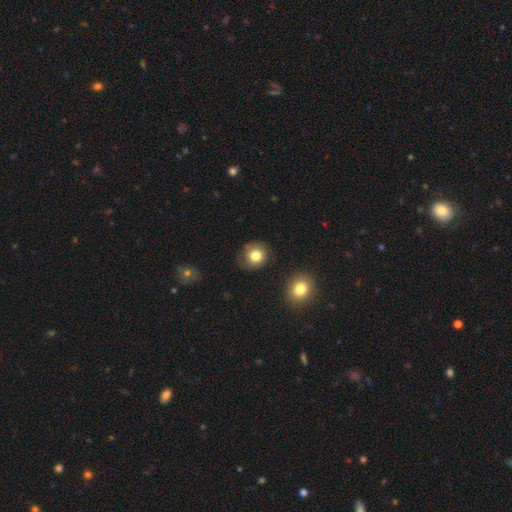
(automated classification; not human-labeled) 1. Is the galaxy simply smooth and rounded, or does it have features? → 82% smooth, 10% star or artifact, 9% featured or disk.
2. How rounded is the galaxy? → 85% round, 14% in between, 1% cigar-shaped.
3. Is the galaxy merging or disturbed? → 81% none, 13% minor disturbance, 4% major disturbance, 2% merger.